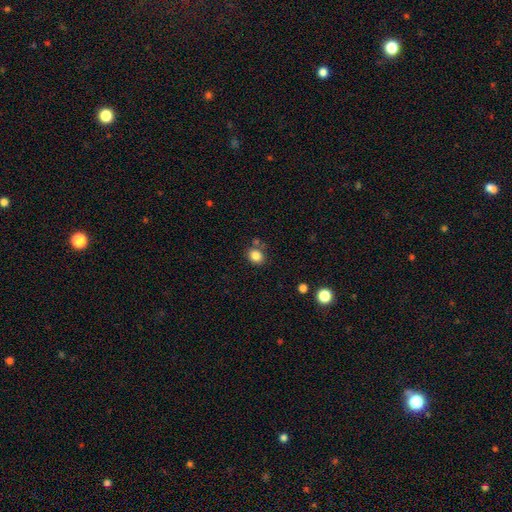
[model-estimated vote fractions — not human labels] A smooth galaxy with no disk features (84%) that is round (63%).

Vote fractions:
- Smooth or featured? smooth: 84% / star or artifact: 10% / featured or disk: 5%
- How rounded? round: 63% / in between: 36% / cigar-shaped: 1%
- Merging? none: 75% / minor disturbance: 12% / merger: 9% / major disturbance: 4%